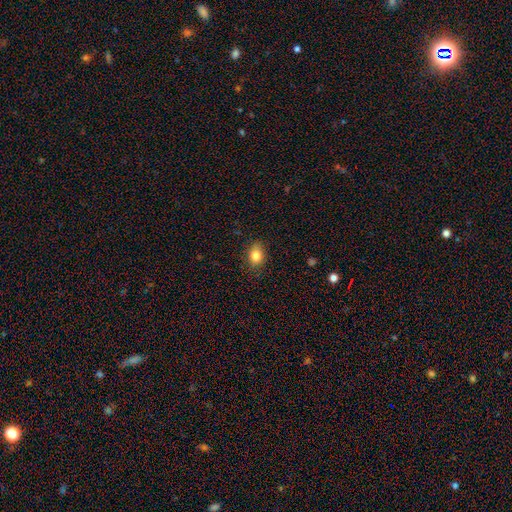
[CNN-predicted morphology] This appears to be a smooth galaxy with no disk features (83%) that is in between round and cigar-shaped (71%). Merging: none (86%).